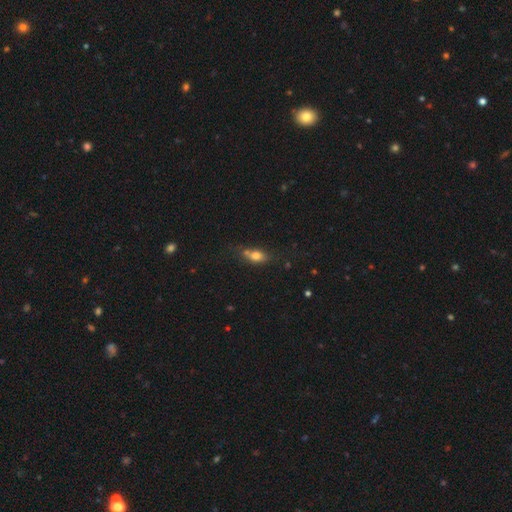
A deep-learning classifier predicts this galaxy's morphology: smooth-or-featured: smooth: 74% | featured or disk: 15% | star or artifact: 11%
  how-rounded: in between: 72% | round: 16% | cigar-shaped: 12%
  merging: none: 49% | minor disturbance: 23% | merger: 19% | major disturbance: 9%